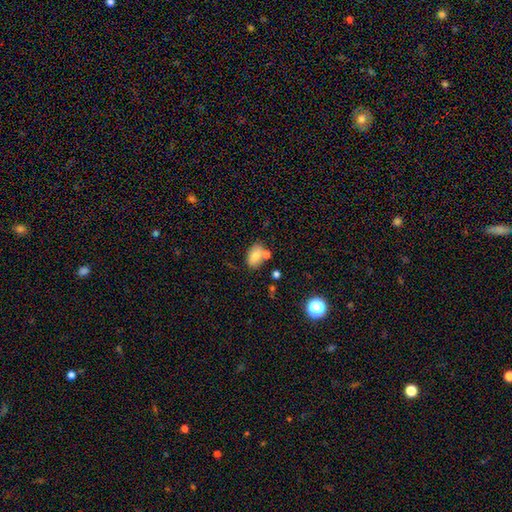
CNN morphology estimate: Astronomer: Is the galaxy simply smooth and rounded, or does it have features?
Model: smooth — 78%.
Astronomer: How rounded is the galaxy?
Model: in between — 85%.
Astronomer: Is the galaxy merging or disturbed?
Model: none — 62%.